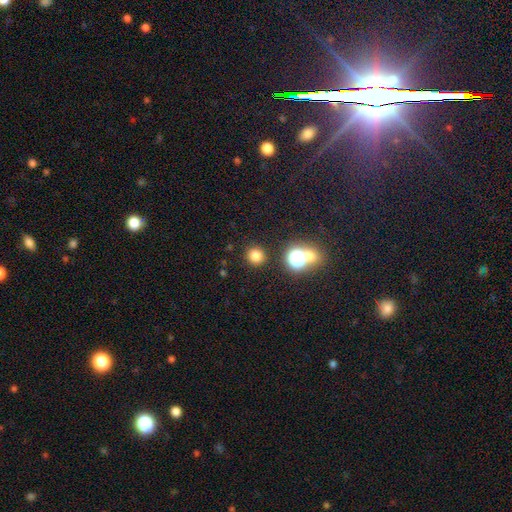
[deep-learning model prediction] Morphology: type=smooth (77%); roundness=round (93%); merging=none (88%).